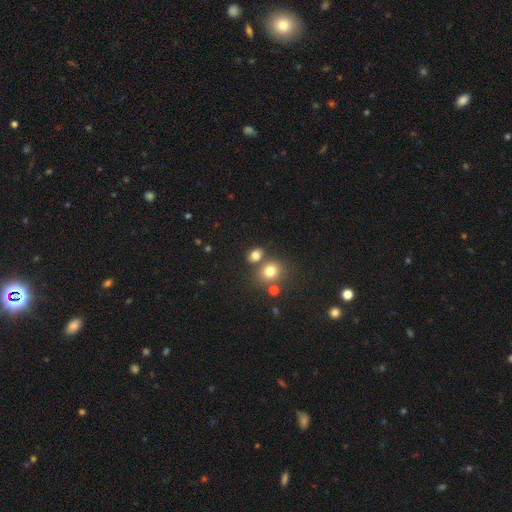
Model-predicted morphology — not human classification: smooth_or_featured: smooth (p=0.77) [alt: star or artifact p=0.14]
how_rounded: round (p=0.50) [alt: in between p=0.49]
merging: none (p=0.61) [alt: merger p=0.24]